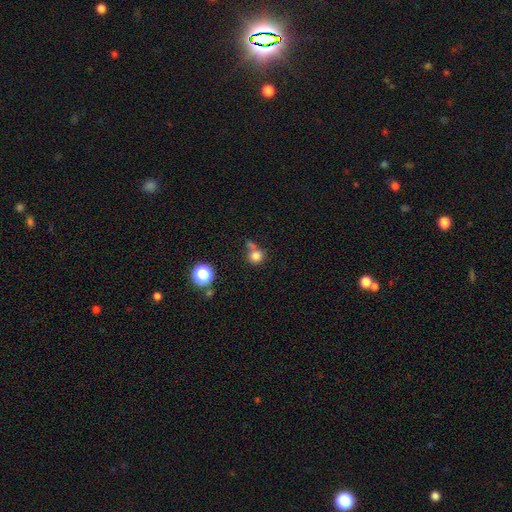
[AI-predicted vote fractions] Smooth or featured?
  - smooth: 79% *
  - star or artifact: 14%
  - featured or disk: 7%
How rounded?
  - round: 89% *
  - in between: 10%
  - cigar-shaped: 1%
Merging?
  - none: 53% *
  - merger: 30%
  - minor disturbance: 12%
  - major disturbance: 6%